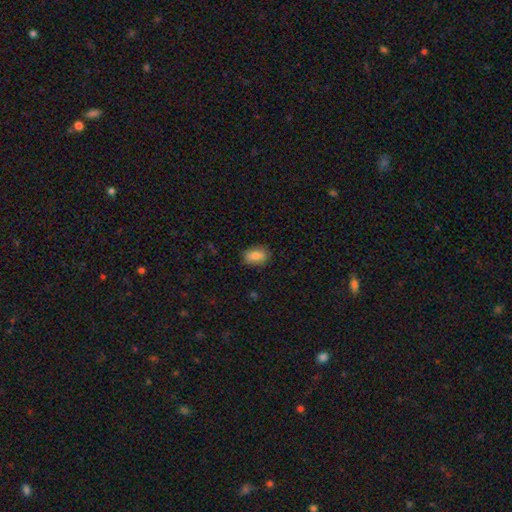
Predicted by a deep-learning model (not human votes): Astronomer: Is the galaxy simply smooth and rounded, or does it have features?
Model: smooth — 82%.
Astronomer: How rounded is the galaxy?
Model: in between — 83%.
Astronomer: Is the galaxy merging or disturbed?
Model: none — 82%.